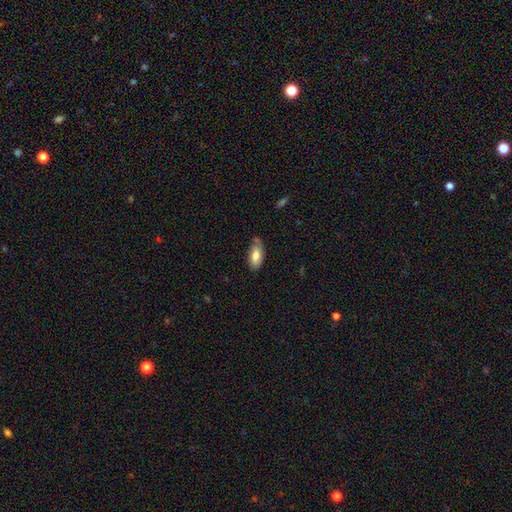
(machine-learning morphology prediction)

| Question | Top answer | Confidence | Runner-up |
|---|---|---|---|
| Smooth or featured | smooth | 79% | featured or disk (15%) |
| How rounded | in between | 88% | cigar-shaped (9%) |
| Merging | none | 62% | minor disturbance (28%) |